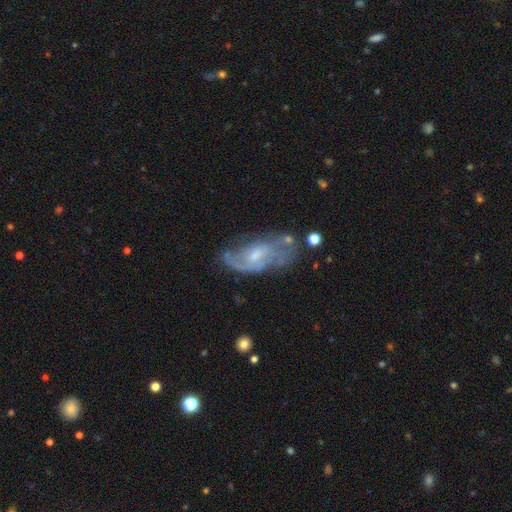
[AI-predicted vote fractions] smooth_or_featured: featured or disk (p=0.73) [alt: smooth p=0.18]
disk_edge_on: no (p=0.92) [alt: yes p=0.08]
bar: no (p=0.53) [alt: weak p=0.40]
has_spiral_arms: yes (p=0.81) [alt: no p=0.19]
spiral_winding: medium (p=0.43) [alt: loose p=0.30]
spiral_arm_count: 2 (p=0.44) [alt: can't tell p=0.34]
bulge_size: small (p=0.50) [alt: moderate p=0.39]
merging: none (p=0.54) [alt: minor disturbance p=0.24]